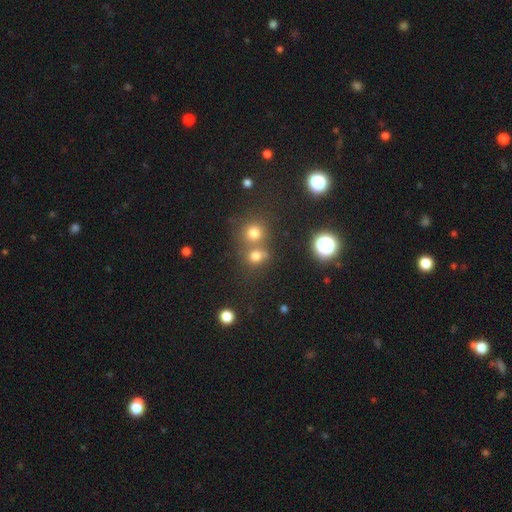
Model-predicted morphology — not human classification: This is likely a smooth galaxy (71%). How rounded: clearly round (82%). Merging: possibly none (54%).